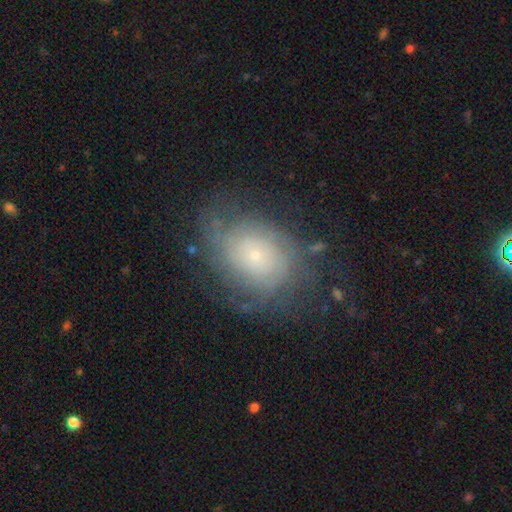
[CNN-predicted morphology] This appears to be a featured or disk galaxy (70%) with no bar (82%), tight (64%) spiral arms (88%) and a small central bulge (78%). Merging: none (67%).